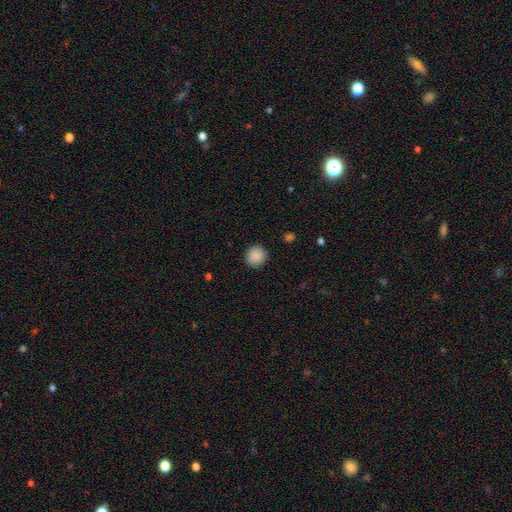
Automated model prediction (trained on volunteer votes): The model was most divided on "smooth or featured": smooth: 88%, star or artifact: 9%, featured or disk: 3%. More confident: how rounded — round (92%); merging — none (91%).